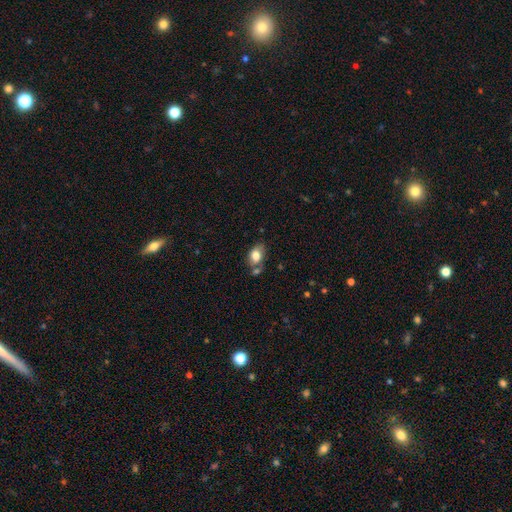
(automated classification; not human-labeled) Smooth or featured? Predicted: smooth (p=0.78). How rounded? Predicted: in between (p=0.82). Merging? Predicted: none (p=0.50).